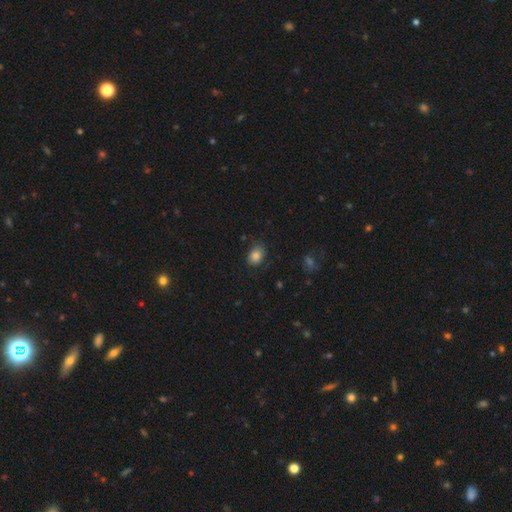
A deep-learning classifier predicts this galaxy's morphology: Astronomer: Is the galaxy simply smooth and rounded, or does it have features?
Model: smooth — 84%.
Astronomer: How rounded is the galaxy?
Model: in between — 67%.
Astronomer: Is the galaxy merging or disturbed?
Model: none — 74%.